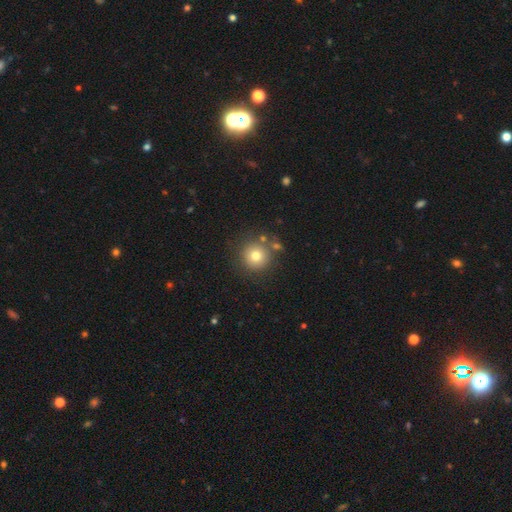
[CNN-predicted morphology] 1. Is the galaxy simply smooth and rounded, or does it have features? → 75% smooth, 13% star or artifact, 11% featured or disk.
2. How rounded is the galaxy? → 95% round, 4% in between, 1% cigar-shaped.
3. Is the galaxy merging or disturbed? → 80% none, 9% minor disturbance, 8% merger, 4% major disturbance.